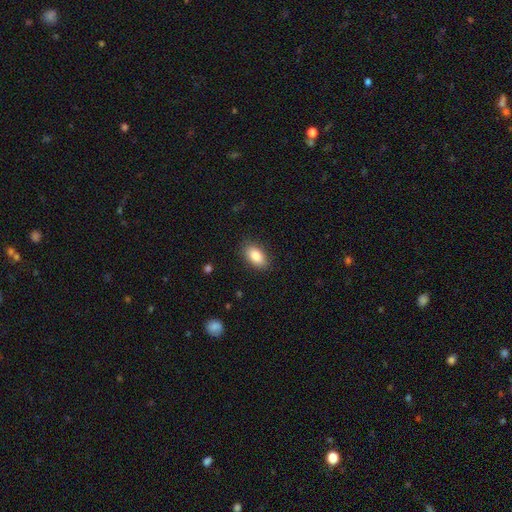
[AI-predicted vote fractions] Morphology: type=smooth (86%); roundness=in between (92%); merging=none (86%).